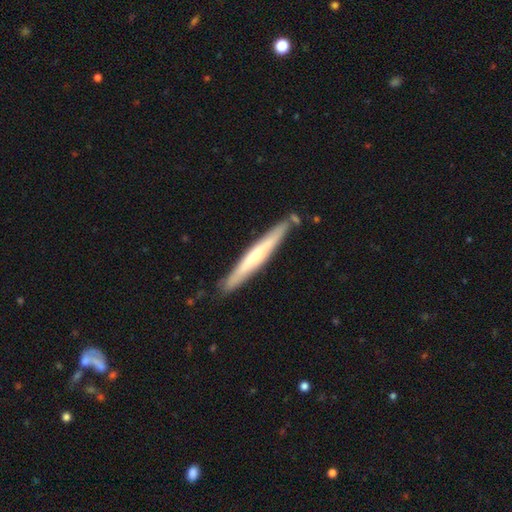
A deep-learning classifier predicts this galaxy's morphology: smooth_or_featured: featured or disk (p=0.57) [alt: smooth p=0.38]
disk_edge_on: yes (p=0.93) [alt: no p=0.07]
edge_on_bulge: rounded (p=0.58) [alt: none p=0.37]
merging: none (p=0.85) [alt: minor disturbance p=0.10]